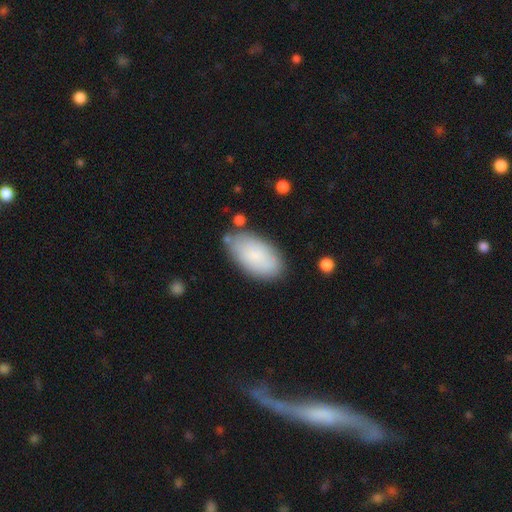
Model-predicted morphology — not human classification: Smooth or featured?
  - smooth: 81% *
  - featured or disk: 12%
  - star or artifact: 6%
How rounded?
  - in between: 95% *
  - round: 3%
  - cigar-shaped: 3%
Merging?
  - none: 76% *
  - minor disturbance: 16%
  - merger: 4%
  - major disturbance: 4%